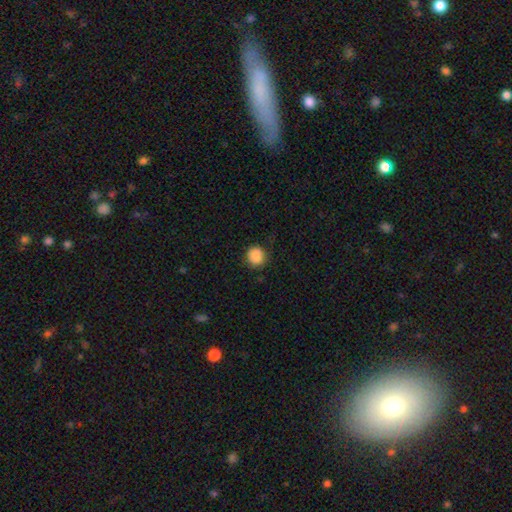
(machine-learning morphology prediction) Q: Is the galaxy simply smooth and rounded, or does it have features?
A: smooth — 88%.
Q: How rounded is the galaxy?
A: round — 84%.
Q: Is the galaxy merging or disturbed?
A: none — 83%.